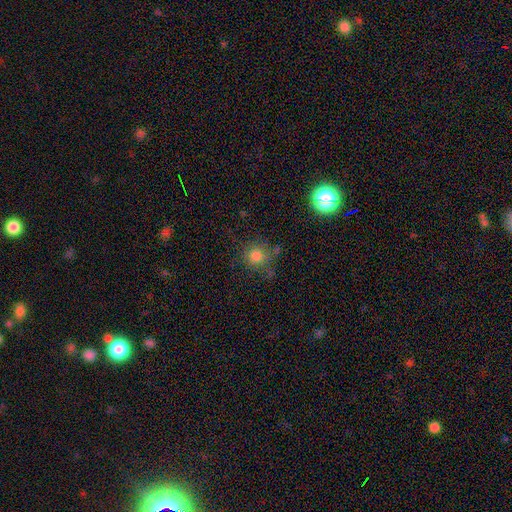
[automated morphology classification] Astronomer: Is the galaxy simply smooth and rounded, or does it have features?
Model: smooth — 78%.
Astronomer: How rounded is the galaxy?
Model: round — 89%.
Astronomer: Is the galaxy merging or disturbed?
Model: none — 72%.